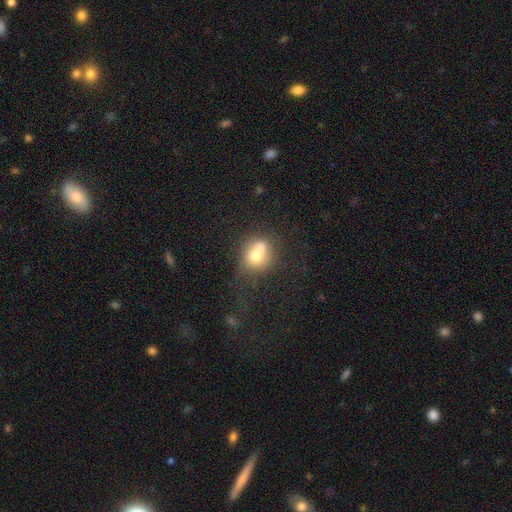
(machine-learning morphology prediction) This is likely a smooth galaxy (66%). How rounded: likely round (67%). Merging: possibly merger (49%).